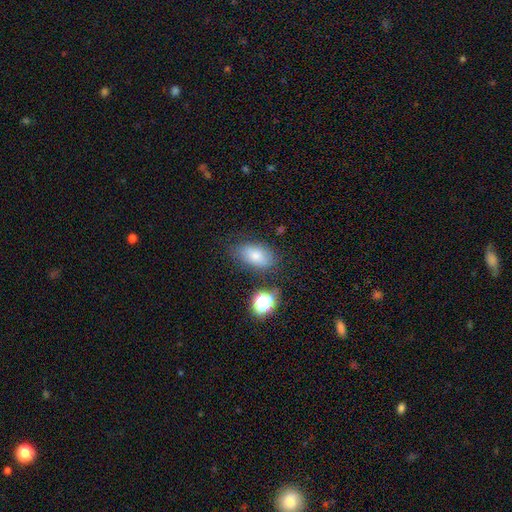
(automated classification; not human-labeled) smooth_or_featured: smooth (p=0.78) [alt: featured or disk p=0.12]
how_rounded: in between (p=0.89) [alt: round p=0.09]
merging: none (p=0.73) [alt: minor disturbance p=0.17]